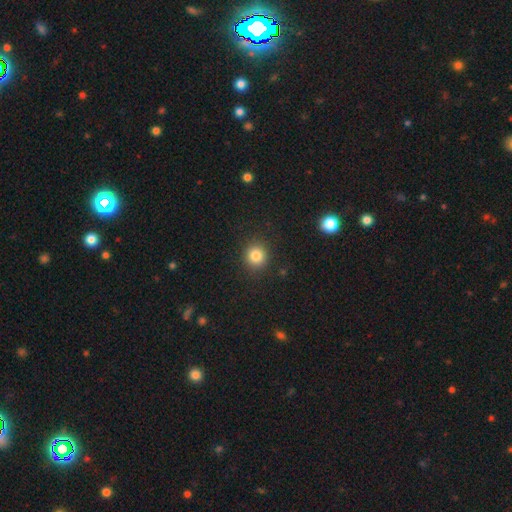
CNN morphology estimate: Smooth or featured? Predicted: smooth (p=0.83). How rounded? Predicted: round (p=0.91). Merging? Predicted: none (p=0.90).